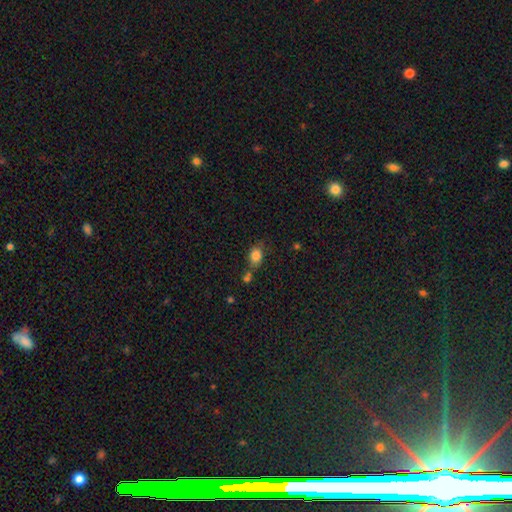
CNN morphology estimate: A smooth galaxy with no disk features (83%) that is in between round and cigar-shaped (65%).

Vote fractions:
- Smooth or featured? smooth: 83% / star or artifact: 10% / featured or disk: 7%
- How rounded? in between: 65% / round: 34% / cigar-shaped: 2%
- Merging? none: 57% / minor disturbance: 19% / merger: 18% / major disturbance: 6%